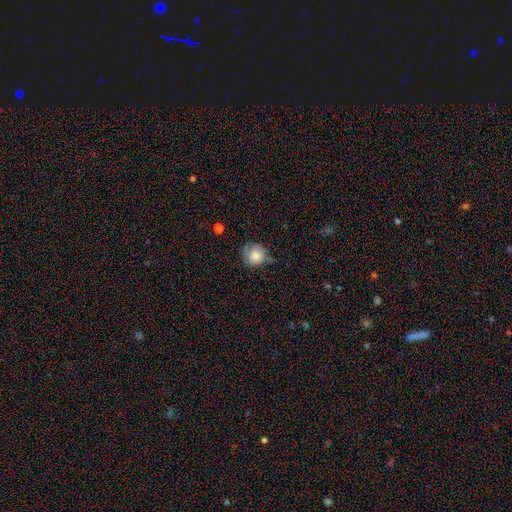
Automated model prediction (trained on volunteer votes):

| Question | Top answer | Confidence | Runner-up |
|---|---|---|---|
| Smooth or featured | smooth | 76% | featured or disk (15%) |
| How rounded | round | 89% | in between (10%) |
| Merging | none | 57% | minor disturbance (31%) |